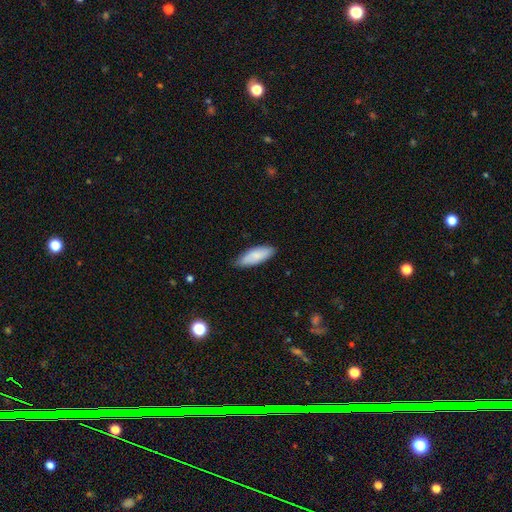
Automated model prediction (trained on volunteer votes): The model was most divided on "how rounded": in between: 69%, cigar-shaped: 29%, round: 2%. More confident: smooth or featured — smooth (82%); merging — none (79%).